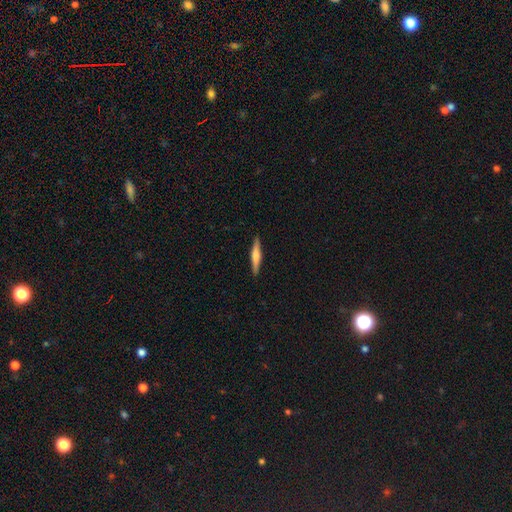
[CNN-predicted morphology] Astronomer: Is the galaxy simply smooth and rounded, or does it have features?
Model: featured or disk — 51% (runner-up: smooth, 43%).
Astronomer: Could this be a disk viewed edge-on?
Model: yes — 97%.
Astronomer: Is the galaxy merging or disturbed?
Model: none — 91%.